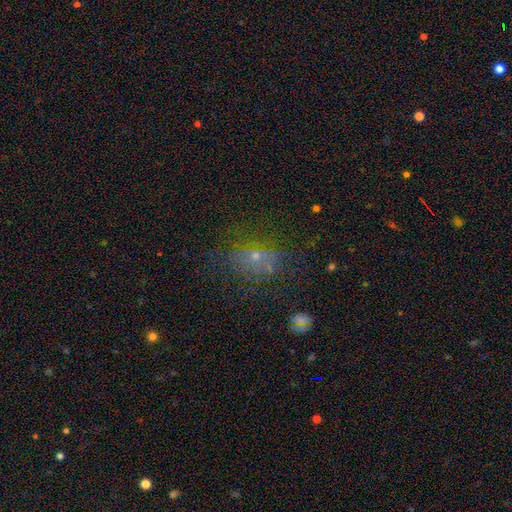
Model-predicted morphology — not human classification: Smooth or featured? smooth (46%)
Merging? none (67%)